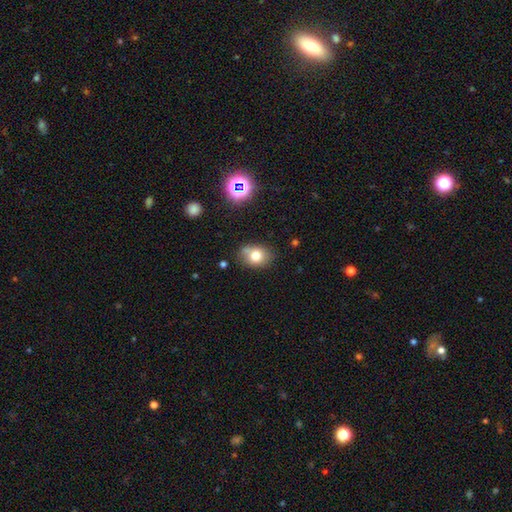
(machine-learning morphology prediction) Smooth or featured?
  - smooth: 74% *
  - featured or disk: 13%
  - star or artifact: 13%
How rounded?
  - in between: 61% *
  - round: 38%
  - cigar-shaped: 1%
Merging?
  - none: 68% *
  - minor disturbance: 20%
  - merger: 8%
  - major disturbance: 5%